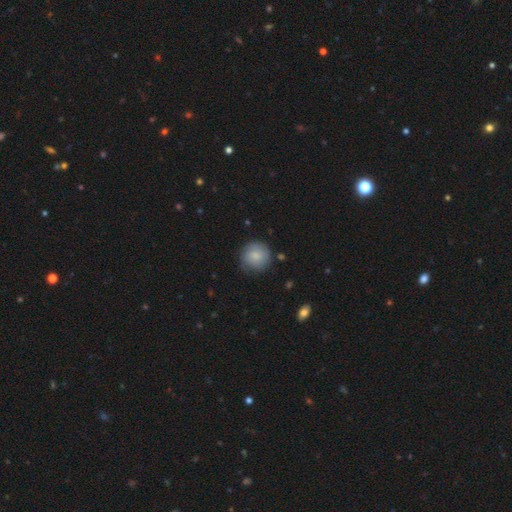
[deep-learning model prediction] A smooth galaxy with no disk features (81%) that is round (93%). Merging: none (80%).